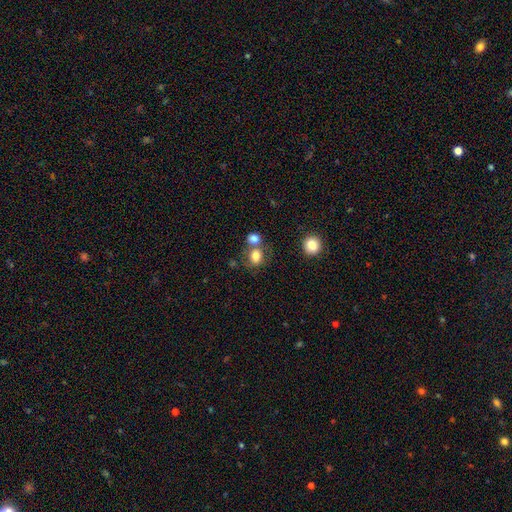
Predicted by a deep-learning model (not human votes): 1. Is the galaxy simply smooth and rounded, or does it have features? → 80% smooth, 11% star or artifact, 10% featured or disk.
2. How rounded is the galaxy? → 61% round, 38% in between, 1% cigar-shaped.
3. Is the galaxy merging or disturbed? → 51% none, 34% merger, 11% minor disturbance, 5% major disturbance.